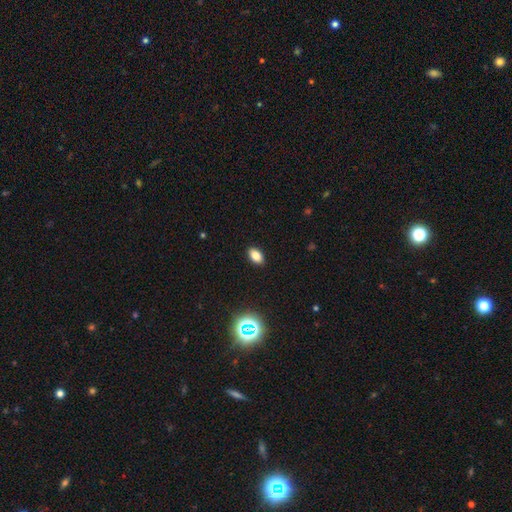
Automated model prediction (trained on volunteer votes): Q: Smooth or featured?
A: smooth (80%); runner-up: star or artifact (12%)
Q: How rounded?
A: in between (89%); runner-up: round (8%)
Q: Merging?
A: none (90%); runner-up: minor disturbance (7%)